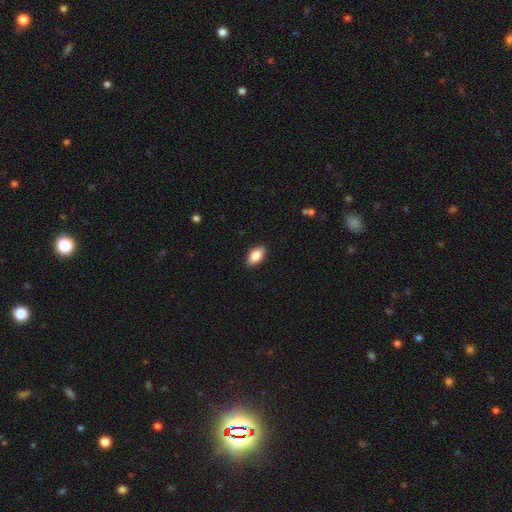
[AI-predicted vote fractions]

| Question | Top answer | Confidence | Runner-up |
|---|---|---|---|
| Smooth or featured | smooth | 84% | featured or disk (9%) |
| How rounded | in between | 91% | round (6%) |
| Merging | none | 88% | minor disturbance (9%) |